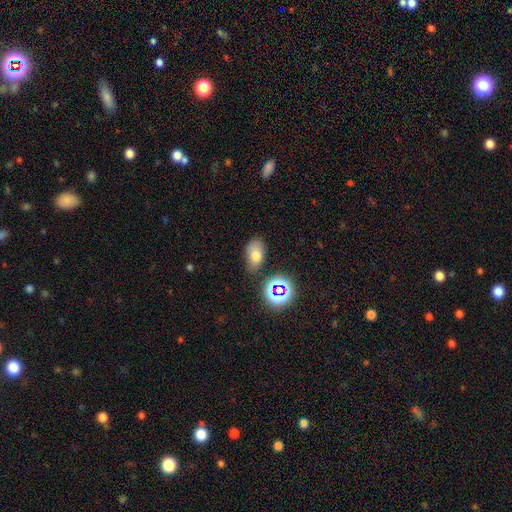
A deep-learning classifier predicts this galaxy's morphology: smooth_or_featured: smooth (p=0.69) [alt: star or artifact p=0.17]
how_rounded: in between (p=0.86) [alt: round p=0.12]
merging: none (p=0.70) [alt: minor disturbance p=0.19]